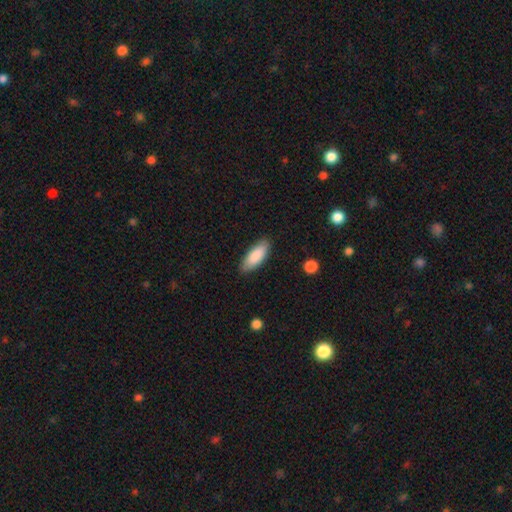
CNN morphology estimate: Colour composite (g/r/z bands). It shows a smooth galaxy with no disk features (87%) that is in between round and cigar-shaped (72%). Merging: none (86%).